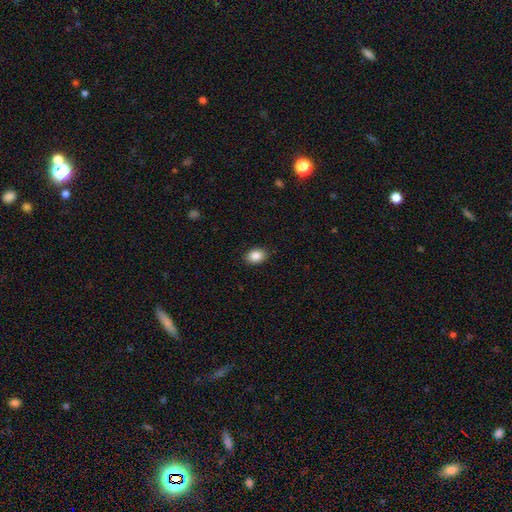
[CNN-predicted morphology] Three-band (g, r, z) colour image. It shows a smooth galaxy with no disk features (87%) that is in between round and cigar-shaped (75%). Merging: none (89%).